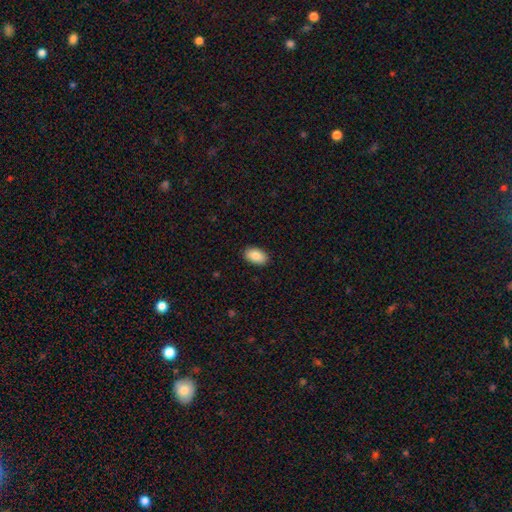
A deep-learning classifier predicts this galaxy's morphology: Smooth or featured: smooth — 89% (star or artifact — 6%)
How rounded: in between — 93% (round — 5%)
Merging: none — 90% (minor disturbance — 8%)